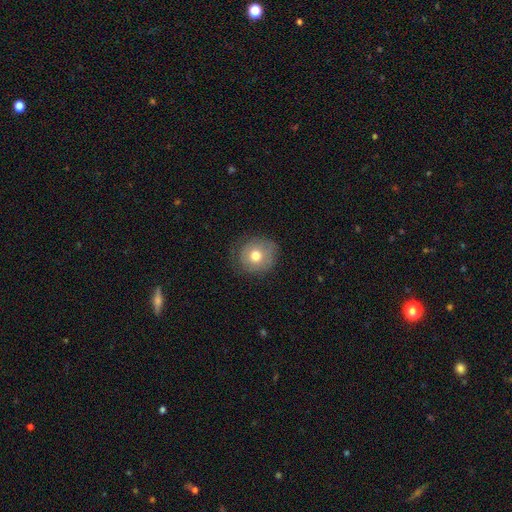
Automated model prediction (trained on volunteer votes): Morphology: type=smooth (69%); roundness=round (84%); merging=none (70%).